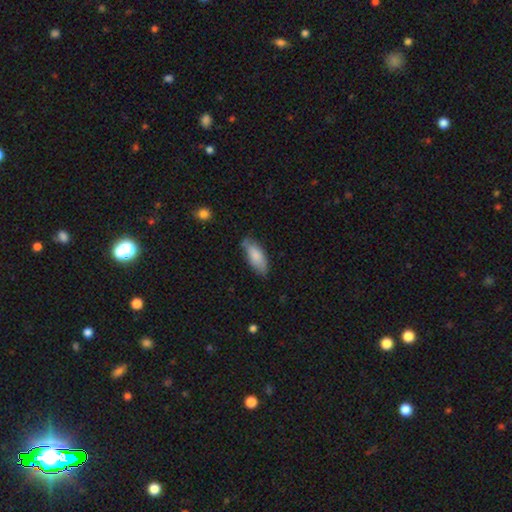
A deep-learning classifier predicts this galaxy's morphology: Smooth or featured? smooth (82%)
How rounded? in between (78%)
Merging? none (68%)